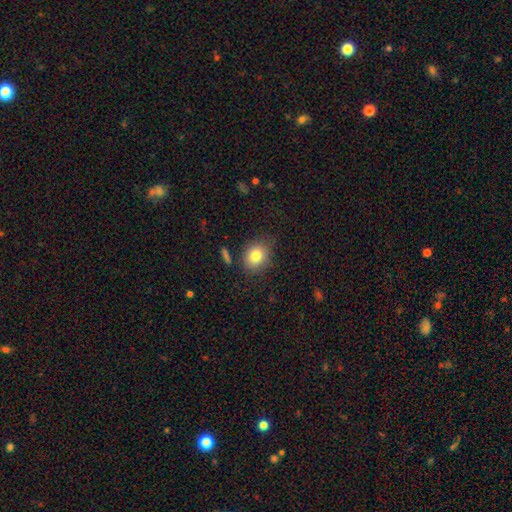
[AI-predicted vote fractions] This is clearly a smooth galaxy (80%). How rounded: likely round (65%). Merging: clearly none (81%).